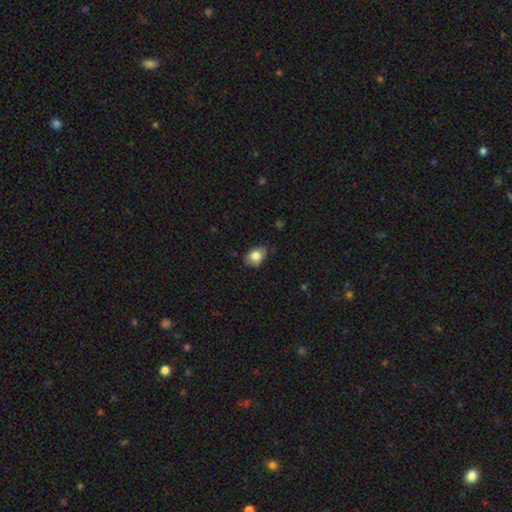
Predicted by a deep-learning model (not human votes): Overall: smooth (80%). How rounded: in between (74%). Merging: none (72%).